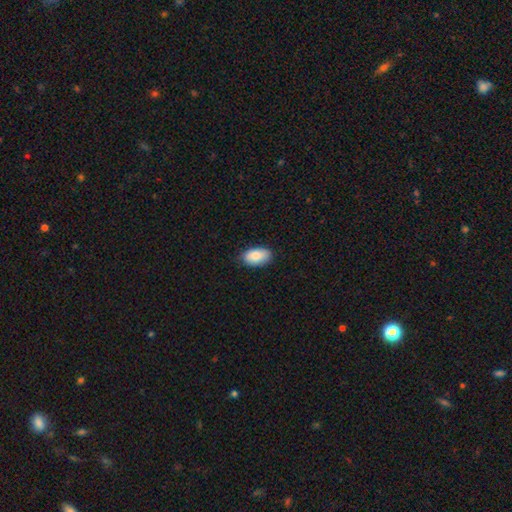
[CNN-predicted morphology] smooth_or_featured: smooth (p=0.86) [alt: featured or disk p=0.08]
how_rounded: in between (p=0.94) [alt: round p=0.04]
merging: none (p=0.83) [alt: minor disturbance p=0.14]